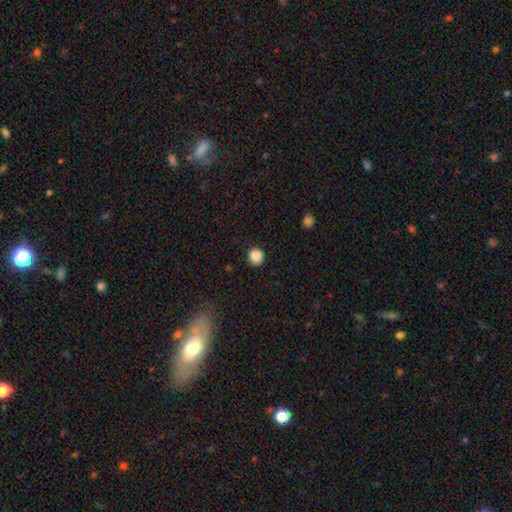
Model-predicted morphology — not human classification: smooth_or_featured: smooth (p=0.87) [alt: star or artifact p=0.10]
how_rounded: round (p=0.88) [alt: in between p=0.11]
merging: none (p=0.87) [alt: minor disturbance p=0.09]